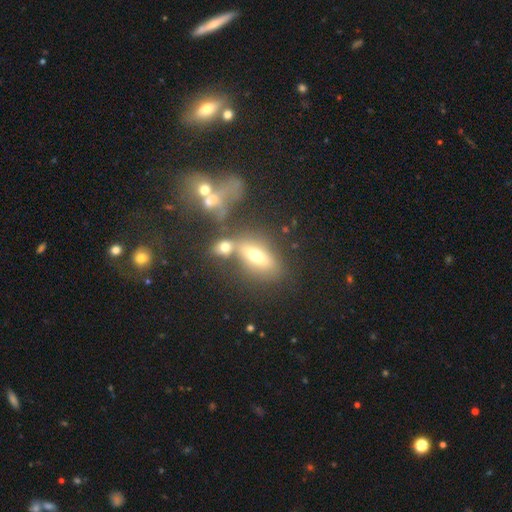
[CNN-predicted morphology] A smooth galaxy with no disk features (51%) that is in between round and cigar-shaped (72%). Merging: none (45%).